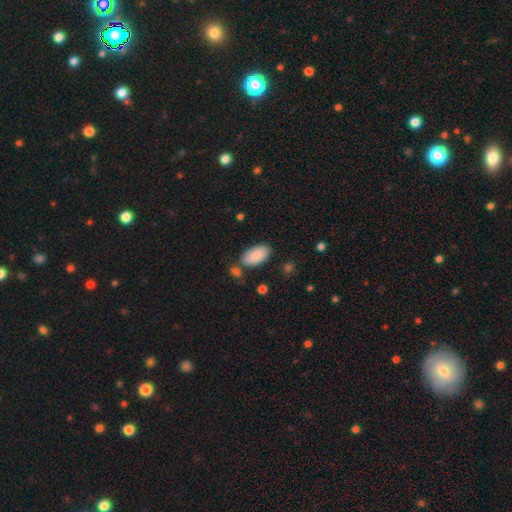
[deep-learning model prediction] A smooth galaxy with no disk features (88%) that is in between round and cigar-shaped (95%).

Vote fractions:
- Smooth or featured? smooth: 88% / featured or disk: 6% / star or artifact: 6%
- How rounded? in between: 95% / cigar-shaped: 3% / round: 2%
- Merging? none: 73% / minor disturbance: 15% / merger: 9% / major disturbance: 4%